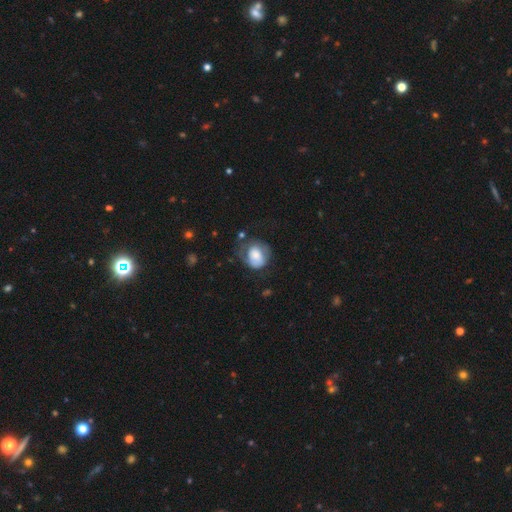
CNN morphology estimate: type=smooth (62%); roundness=round (59%); merging=none (38%).